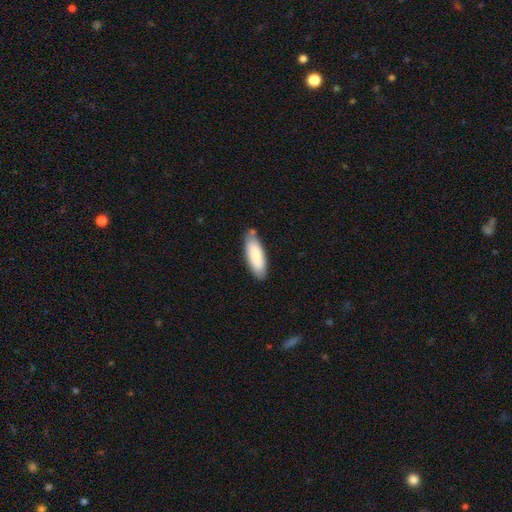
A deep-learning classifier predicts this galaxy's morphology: Overall: smooth (83%). How rounded: in between (59%; cigar-shaped 40%). Merging: none (74%).